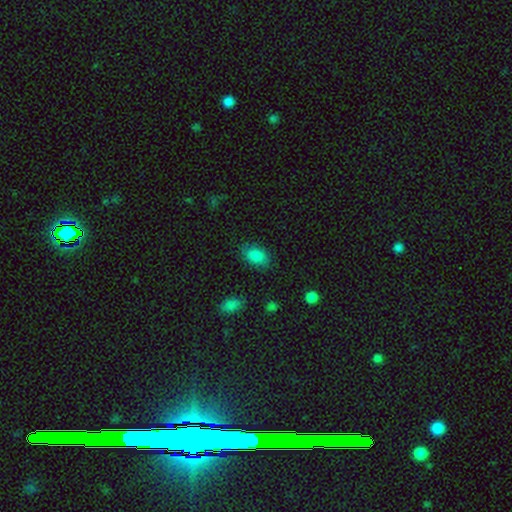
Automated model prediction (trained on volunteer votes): Smooth or featured: smooth — 86% (star or artifact — 8%)
How rounded: in between — 89% (round — 9%)
Merging: none — 81% (minor disturbance — 14%)